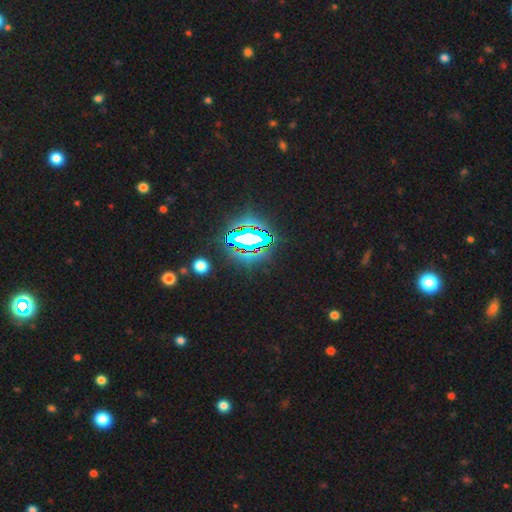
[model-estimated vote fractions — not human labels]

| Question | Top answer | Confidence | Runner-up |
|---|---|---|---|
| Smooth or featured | star or artifact | 85% | smooth (9%) |